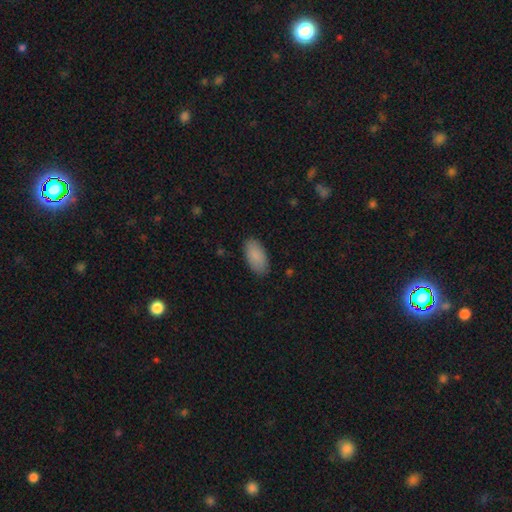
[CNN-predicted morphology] smooth_or_featured: smooth (p=0.89) [alt: star or artifact p=0.06]
how_rounded: in between (p=0.94) [alt: cigar-shaped p=0.04]
merging: none (p=0.86) [alt: minor disturbance p=0.10]